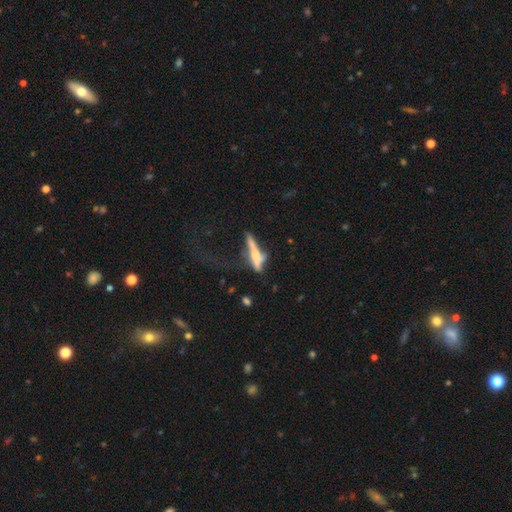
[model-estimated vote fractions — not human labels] This appears to be a featured or disk galaxy (49%). Merging: none (34%).